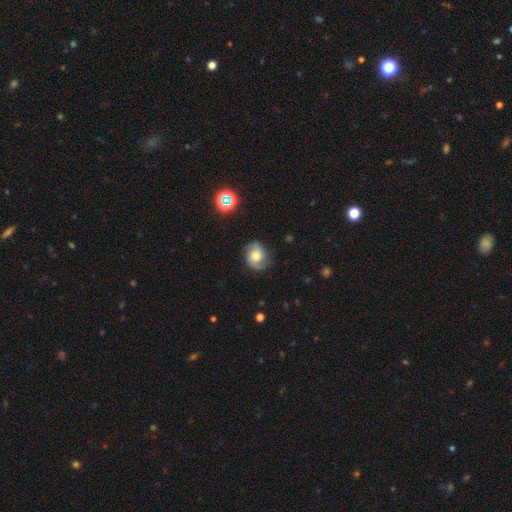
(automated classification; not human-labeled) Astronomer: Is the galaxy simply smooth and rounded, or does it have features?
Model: featured or disk — 64%.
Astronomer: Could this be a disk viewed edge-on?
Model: no — 97%.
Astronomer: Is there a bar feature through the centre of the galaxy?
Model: no — 66%.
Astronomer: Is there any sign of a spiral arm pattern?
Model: yes — 92%.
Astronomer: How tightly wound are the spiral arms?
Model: medium — 48% (runner-up: tight, 31%).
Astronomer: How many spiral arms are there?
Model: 2 — 86%.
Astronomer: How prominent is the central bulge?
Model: moderate — 57%.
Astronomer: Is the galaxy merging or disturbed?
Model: none — 78%.